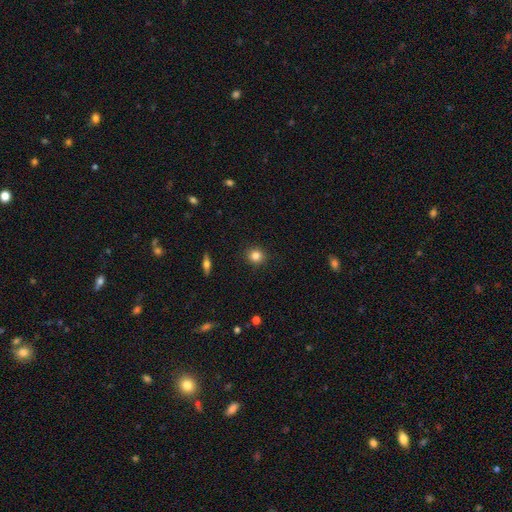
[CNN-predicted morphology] Smooth or featured?
  - smooth: 84% *
  - star or artifact: 10%
  - featured or disk: 6%
How rounded?
  - round: 88% *
  - in between: 11%
  - cigar-shaped: 1%
Merging?
  - none: 91% *
  - minor disturbance: 6%
  - major disturbance: 2%
  - merger: 1%